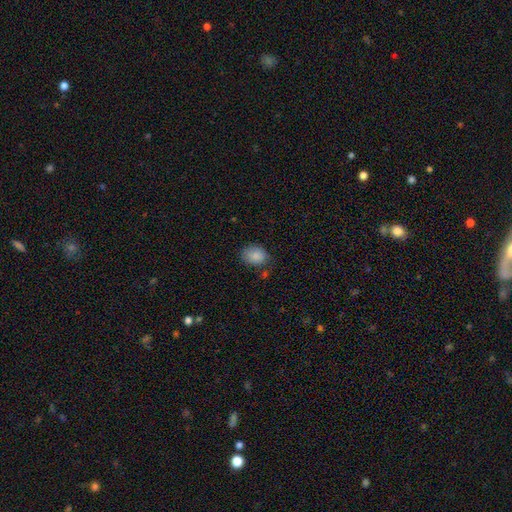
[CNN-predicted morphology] A smooth galaxy with no disk features (87%) that is in between round and cigar-shaped (59%). Merging: none (70%).